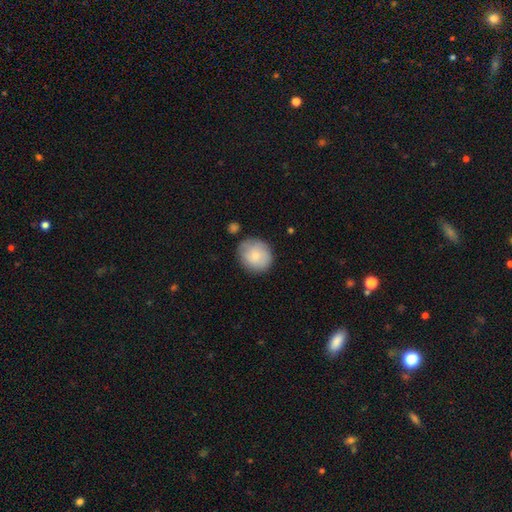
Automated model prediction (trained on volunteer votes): smooth-or-featured: smooth: 79% | featured or disk: 14% | star or artifact: 6%
  how-rounded: round: 83% | in between: 16% | cigar-shaped: 1%
  merging: none: 75% | minor disturbance: 17% | merger: 4% | major disturbance: 4%